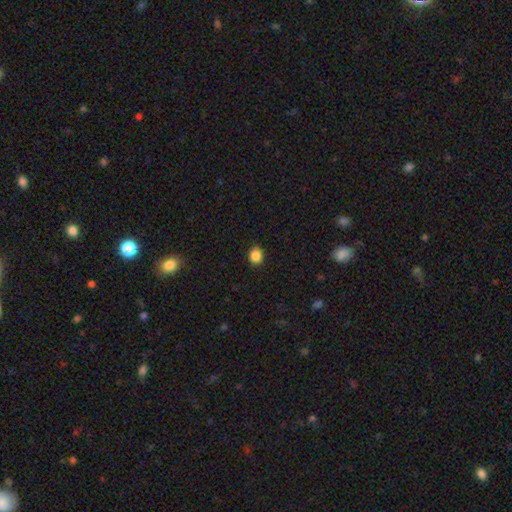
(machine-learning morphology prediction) Q: Smooth or featured?
A: smooth (87%); runner-up: star or artifact (10%)
Q: How rounded?
A: round (71%); runner-up: in between (28%)
Q: Merging?
A: none (89%); runner-up: minor disturbance (8%)